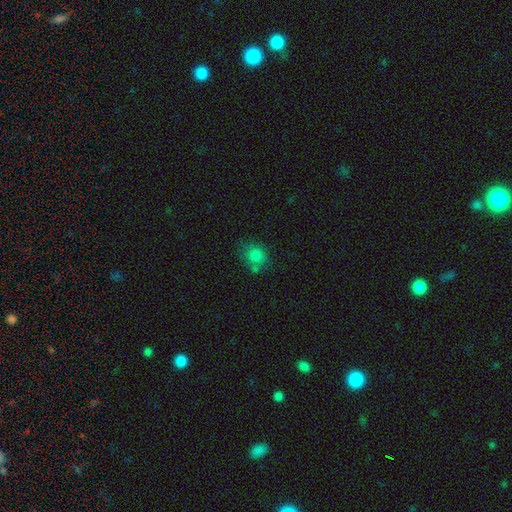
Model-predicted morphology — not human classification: Smooth or featured?
  - smooth: 80% *
  - star or artifact: 12%
  - featured or disk: 8%
How rounded?
  - round: 72% *
  - in between: 27%
  - cigar-shaped: 1%
Merging?
  - none: 61% *
  - minor disturbance: 18%
  - merger: 16%
  - major disturbance: 5%